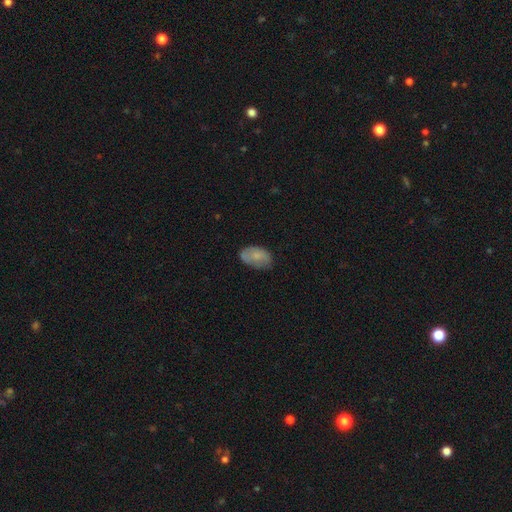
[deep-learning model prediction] smooth 75%, featured or disk 18%, star or artifact 7%. Down the decision tree: how rounded — in between (90%); merging — none (65%).